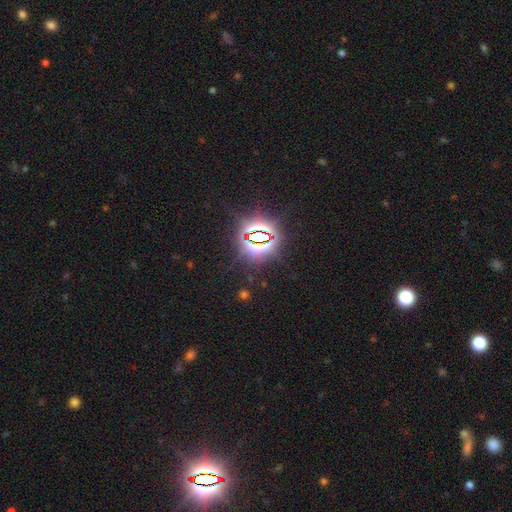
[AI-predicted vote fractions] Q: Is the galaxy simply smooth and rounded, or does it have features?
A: star or artifact — 82%.